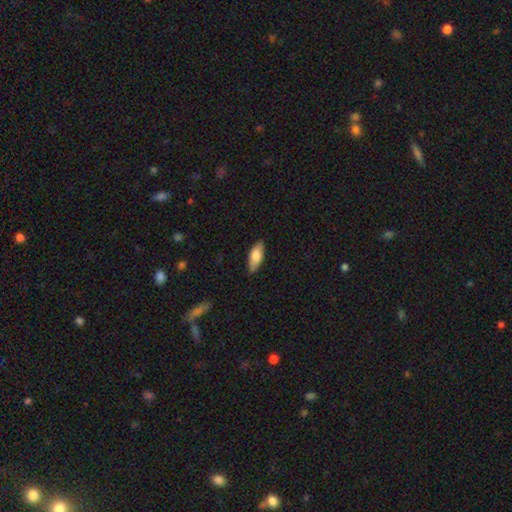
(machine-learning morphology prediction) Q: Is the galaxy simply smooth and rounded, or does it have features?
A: smooth — 76%.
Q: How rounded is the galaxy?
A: in between — 75%.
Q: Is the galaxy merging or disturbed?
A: none — 86%.